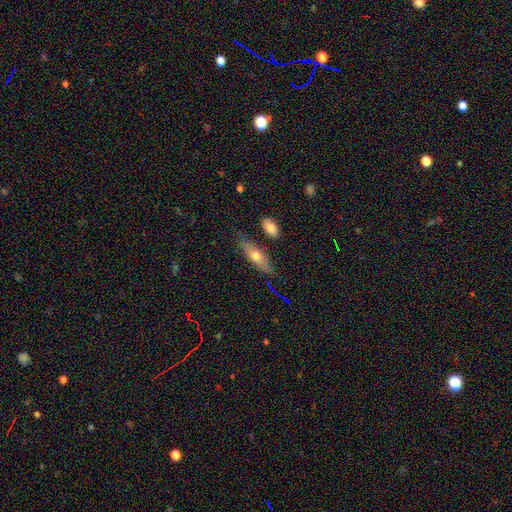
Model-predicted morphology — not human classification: Smooth or featured?
  - smooth: 55% *
  - featured or disk: 37%
  - star or artifact: 8%
How rounded?
  - cigar-shaped: 54% *
  - in between: 43%
  - round: 3%
Merging?
  - none: 77% *
  - minor disturbance: 15%
  - merger: 5%
  - major disturbance: 3%